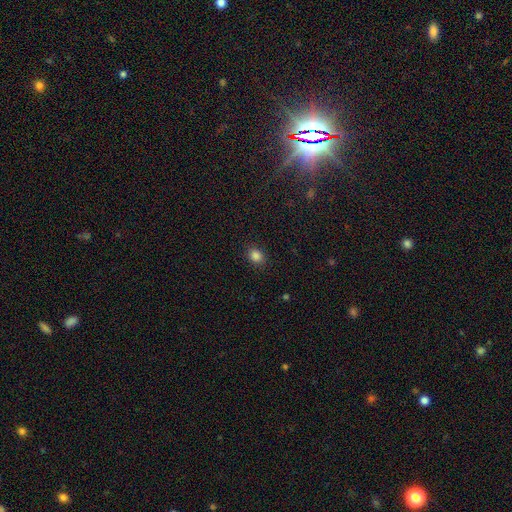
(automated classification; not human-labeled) Smooth or featured? smooth (84%)
How rounded? round (50%)
Merging? none (88%)